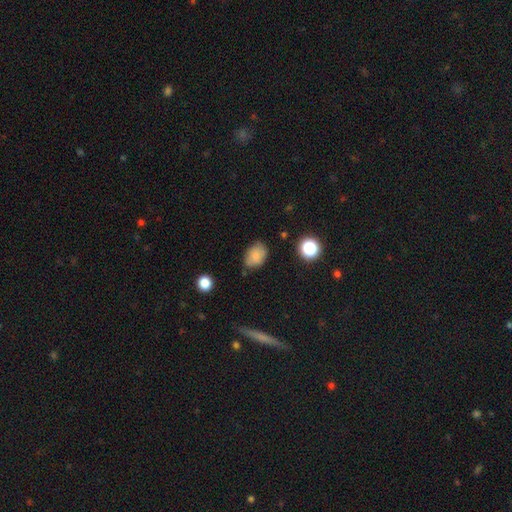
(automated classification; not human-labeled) A smooth galaxy with no disk features (82%) that is in between round and cigar-shaped (76%). Merging: none (68%).